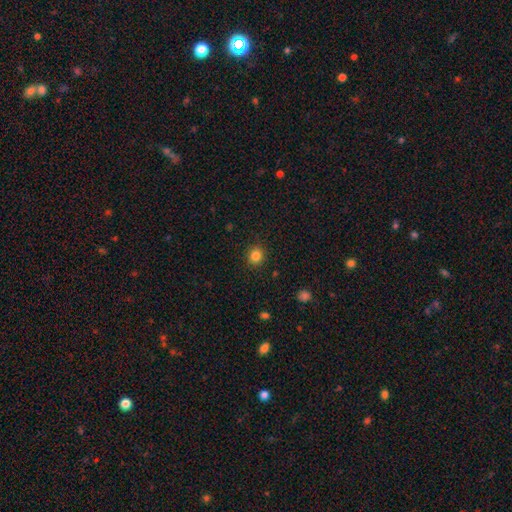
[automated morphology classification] Smooth or featured? Predicted: smooth (p=0.84). How rounded? Predicted: round (p=0.85). Merging? Predicted: none (p=0.90).